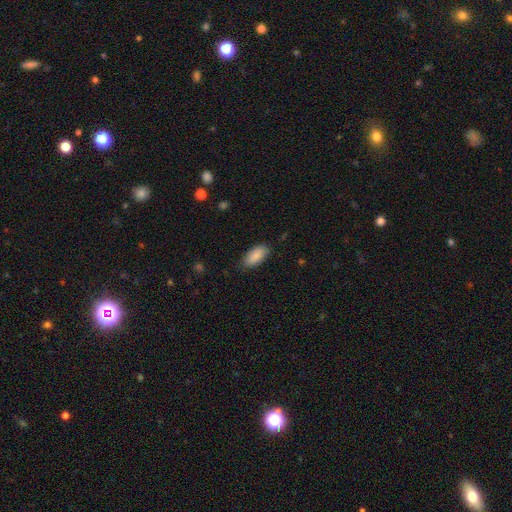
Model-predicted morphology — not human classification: Q: Smooth or featured?
A: smooth (88%); runner-up: star or artifact (6%)
Q: How rounded?
A: in between (89%); runner-up: cigar-shaped (9%)
Q: Merging?
A: none (82%); runner-up: minor disturbance (14%)